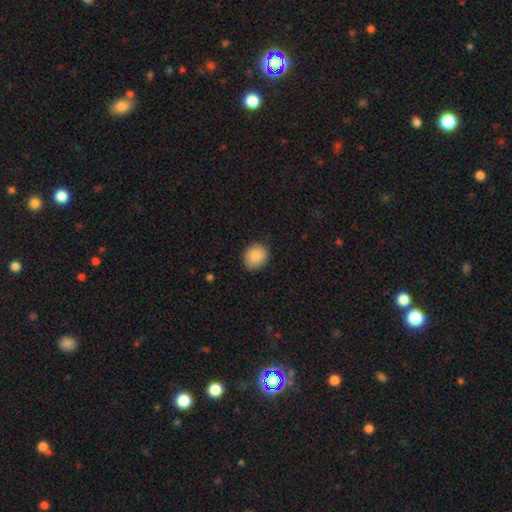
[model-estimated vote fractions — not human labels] Smooth or featured?
  - smooth: 87% *
  - star or artifact: 8%
  - featured or disk: 5%
How rounded?
  - round: 67% *
  - in between: 33%
  - cigar-shaped: 1%
Merging?
  - none: 85% *
  - minor disturbance: 12%
  - major disturbance: 2%
  - merger: 1%